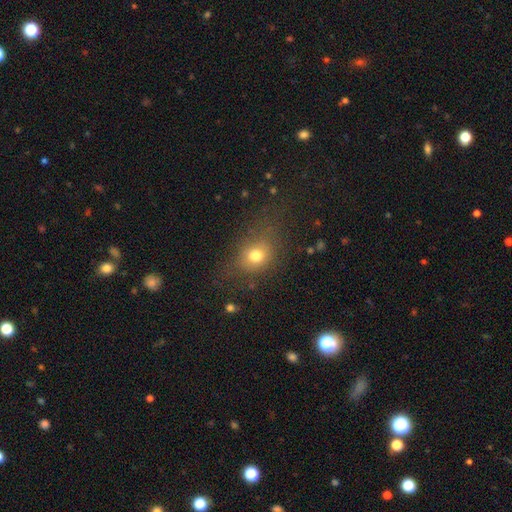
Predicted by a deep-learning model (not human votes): Smooth or featured? Predicted: smooth (p=0.75). How rounded? Predicted: round (p=0.53). Merging? Predicted: none (p=0.64).